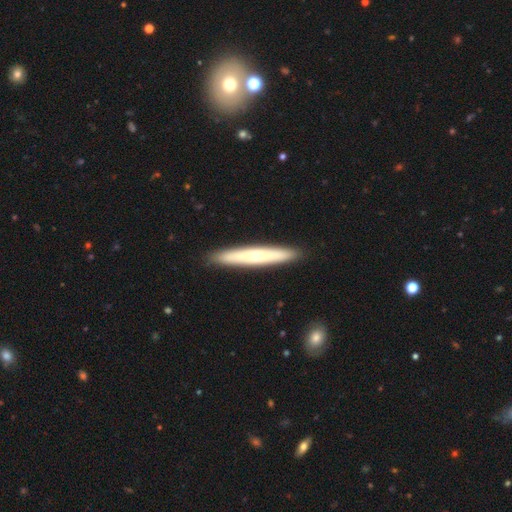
Smooth or featured?
  - featured or disk: 61% *
  - smooth: 32%
  - star or artifact: 8%
Edge-on disk?
  - yes: 78% *
  - no: 22%
Edge-on bulge?
  - rounded: 67% *
  - none: 33%
  - boxy: 0%
Merging?
  - none: 89% *
  - minor disturbance: 9%
  - merger: 3%
  - major disturbance: 0%